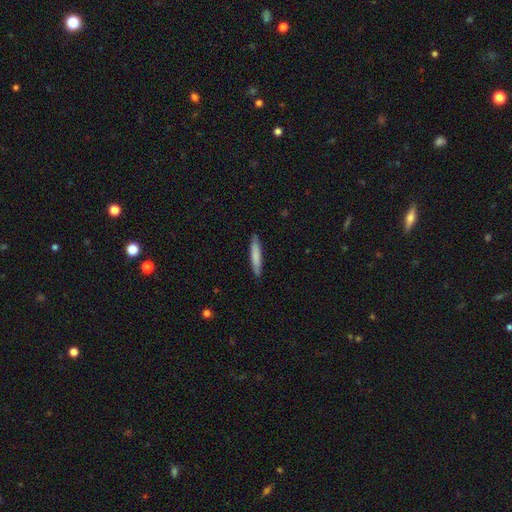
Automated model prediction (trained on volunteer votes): Smooth or featured: smooth — 78% (featured or disk — 17%)
How rounded: cigar-shaped — 93% (in between — 6%)
Merging: none — 89% (minor disturbance — 8%)